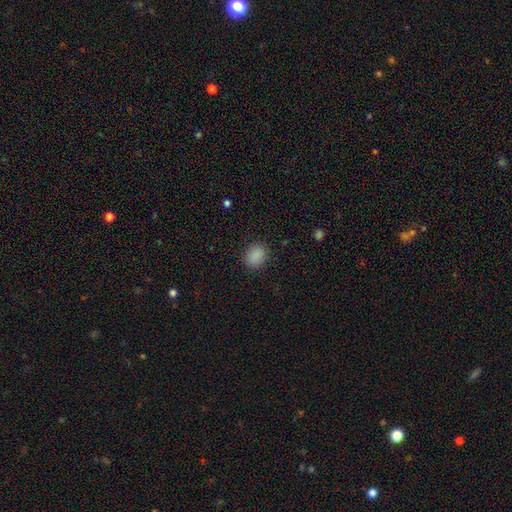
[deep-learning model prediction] Morphology: type=smooth (87%); roundness=in between (53%); merging=none (87%).